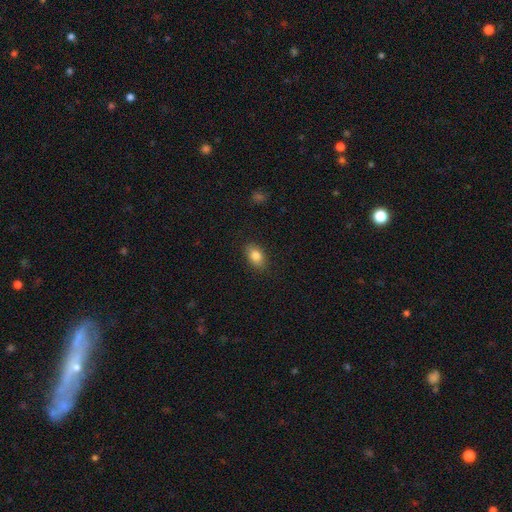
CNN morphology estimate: This appears to be a smooth galaxy with no disk features (83%) that is in between round and cigar-shaped (84%). Merging: none (87%).